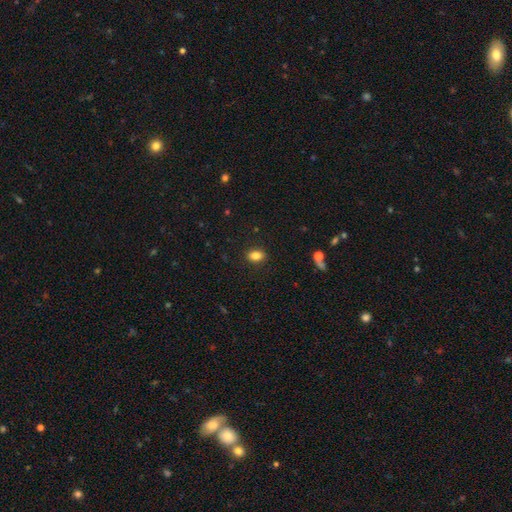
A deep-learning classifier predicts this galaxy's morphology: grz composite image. It shows a smooth galaxy with no disk features (84%) that is in between round and cigar-shaped (79%). Merging: none (89%).